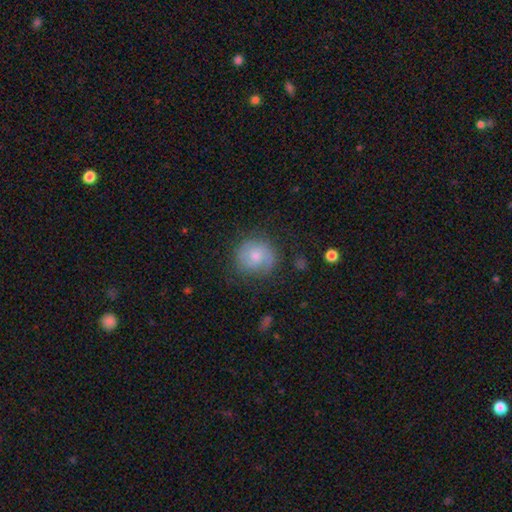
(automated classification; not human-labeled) Morphology: type=featured or disk (47%); merging=none (73%).